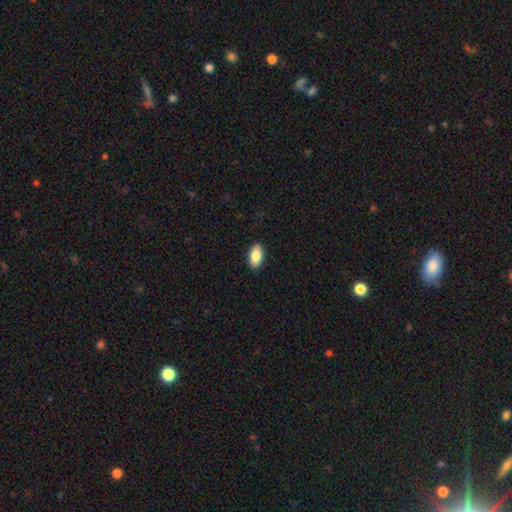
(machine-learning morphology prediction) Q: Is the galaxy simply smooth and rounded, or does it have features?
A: smooth — 84%.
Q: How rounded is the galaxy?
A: in between — 91%.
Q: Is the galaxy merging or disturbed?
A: none — 90%.